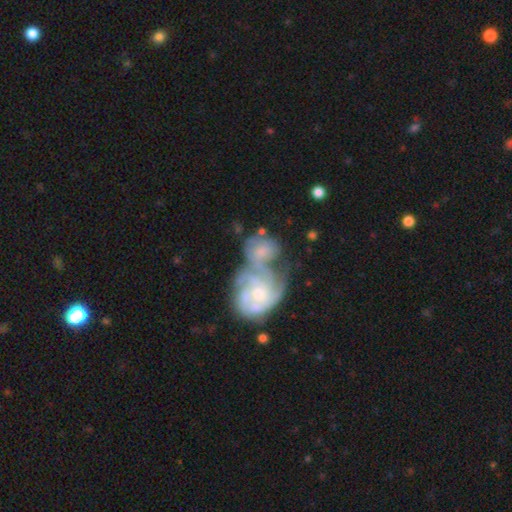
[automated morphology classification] smooth-or-featured: featured or disk: 71% | smooth: 21% | star or artifact: 7%
  disk-edge-on: no: 97% | yes: 3%
    bar: no: 74% | weak: 22% | strong: 4%
    has-spiral-arms: yes: 82% | no: 18%
      spiral-winding: tight: 55% | medium: 33% | loose: 12%
      spiral-arm-count: can't tell: 41% | 3: 24% | 2: 12% | 4: 12% | more than 4: 6% | 1: 6%
    bulge-size: small: 50% | moderate: 39% | none: 6% | large: 3% | dominant: 1%
  merging: merger: 67% | none: 15% | major disturbance: 10% | minor disturbance: 8%